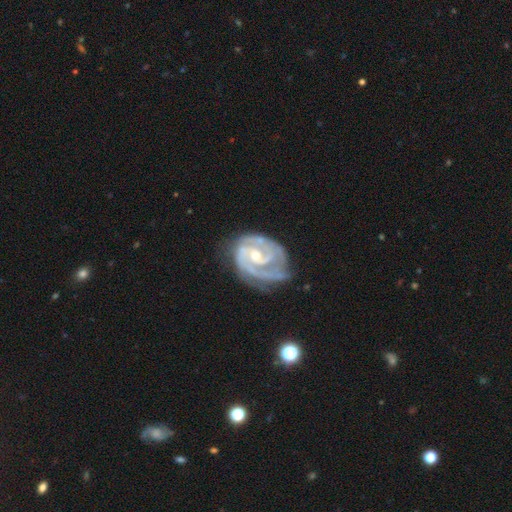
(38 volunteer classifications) featured or disk 95%, smooth 3%, star or artifact 3%. Down the decision tree: edge-on disk — no (92%); bar — no (48%); spiral arms — yes (97%); spiral arm count — 2 (72%); spiral winding — medium (59%); bulge size — small (64%); merging — none (59%).